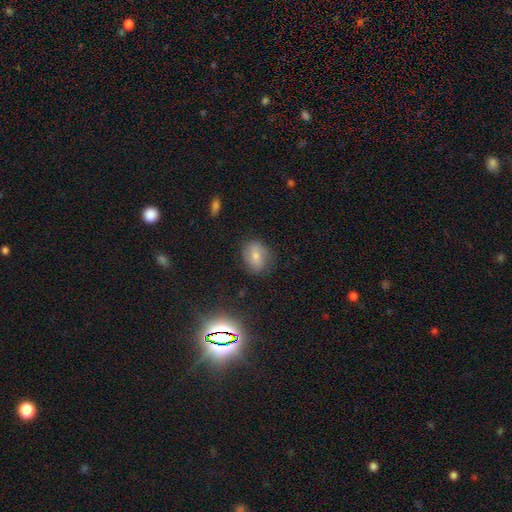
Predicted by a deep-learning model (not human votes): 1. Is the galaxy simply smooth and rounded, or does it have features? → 70% smooth, 18% featured or disk, 11% star or artifact.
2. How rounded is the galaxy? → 58% in between, 41% round, 2% cigar-shaped.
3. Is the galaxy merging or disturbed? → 76% none, 18% minor disturbance, 5% major disturbance, 1% merger.